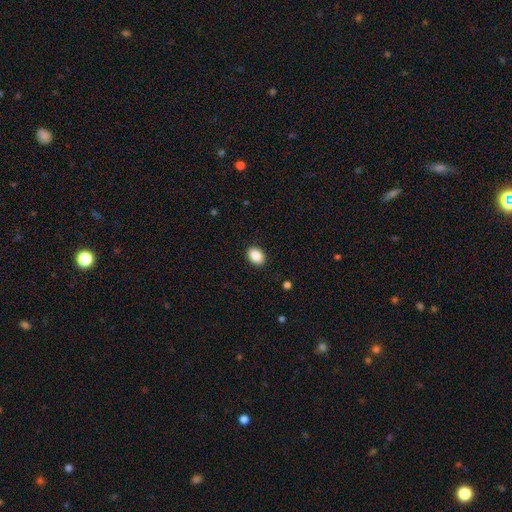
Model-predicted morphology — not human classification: This is clearly a smooth galaxy (88%). How rounded: likely in between (79%). Merging: clearly none (90%).